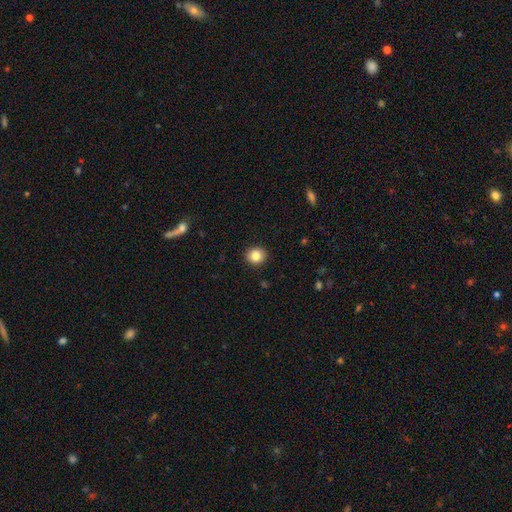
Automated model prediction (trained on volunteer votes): Smooth or featured? smooth (84%)
How rounded? round (85%)
Merging? none (92%)